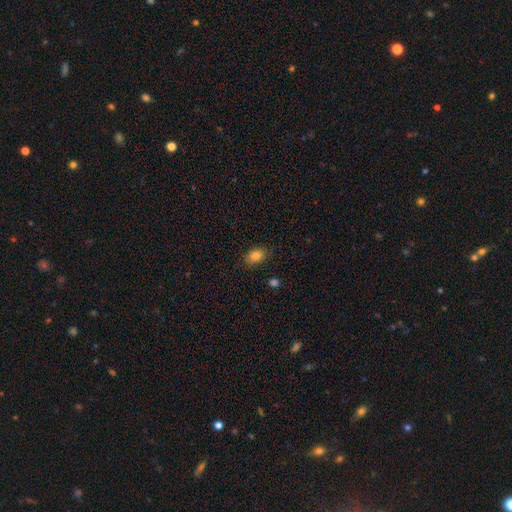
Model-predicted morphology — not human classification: Smooth or featured? Predicted: smooth (p=0.84). How rounded? Predicted: in between (p=0.83). Merging? Predicted: none (p=0.83).